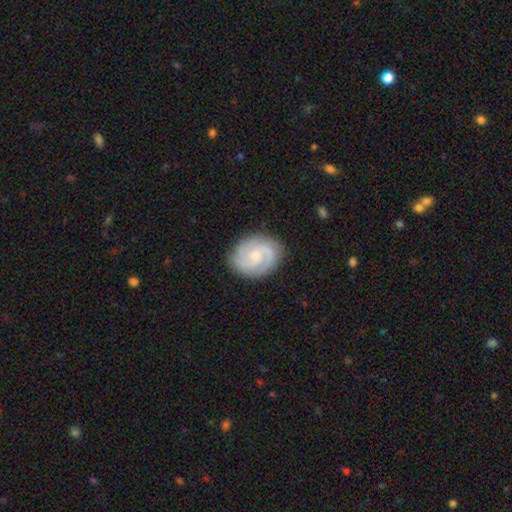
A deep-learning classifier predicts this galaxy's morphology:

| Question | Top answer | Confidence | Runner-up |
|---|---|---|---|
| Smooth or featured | featured or disk | 85% | smooth (10%) |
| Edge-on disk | no | 98% | yes (2%) |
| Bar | no | 61% | weak (35%) |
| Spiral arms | yes | 97% | no (3%) |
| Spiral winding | tight | 51% | medium (41%) |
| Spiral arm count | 2 | 55% | 3 (27%) |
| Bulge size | small | 55% | moderate (40%) |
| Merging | none | 83% | minor disturbance (13%) |